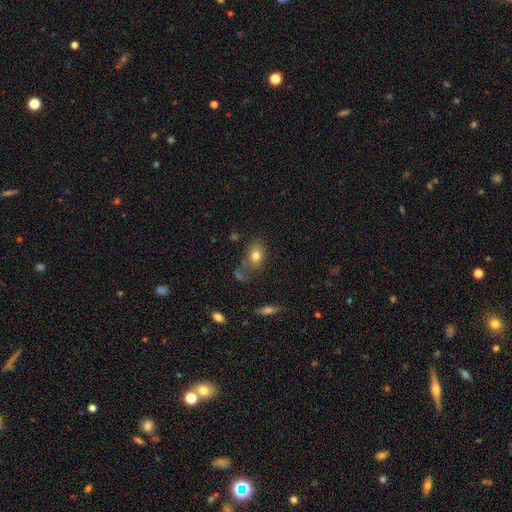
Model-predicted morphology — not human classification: Smooth or featured: smooth — 78% (featured or disk — 12%)
How rounded: in between — 74% (round — 24%)
Merging: none — 63% (minor disturbance — 19%)